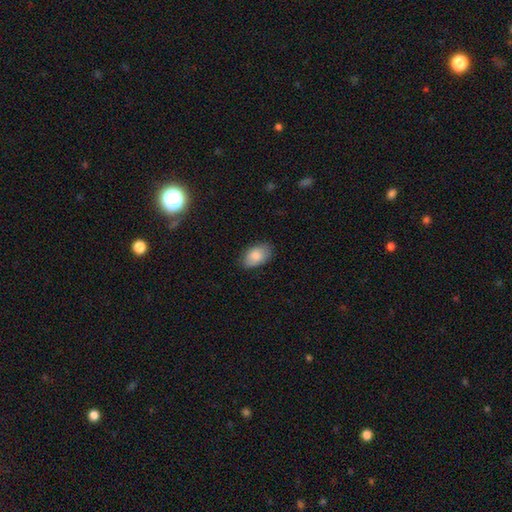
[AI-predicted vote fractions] smooth-or-featured: smooth: 84% | featured or disk: 9% | star or artifact: 7%
  how-rounded: in between: 92% | round: 7% | cigar-shaped: 1%
  merging: none: 80% | minor disturbance: 16% | major disturbance: 3% | merger: 1%